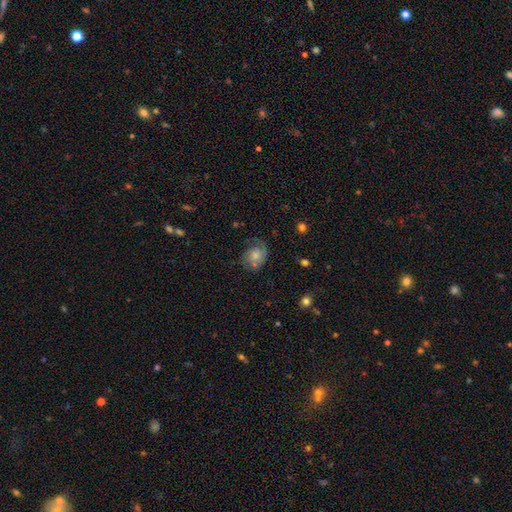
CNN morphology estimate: featured or disk 55%, smooth 36%, star or artifact 9%. Down the decision tree: edge-on disk — no (97%); bar — no (78%); spiral arms — yes (85%); bulge size — moderate (47%); merging — none (52%).